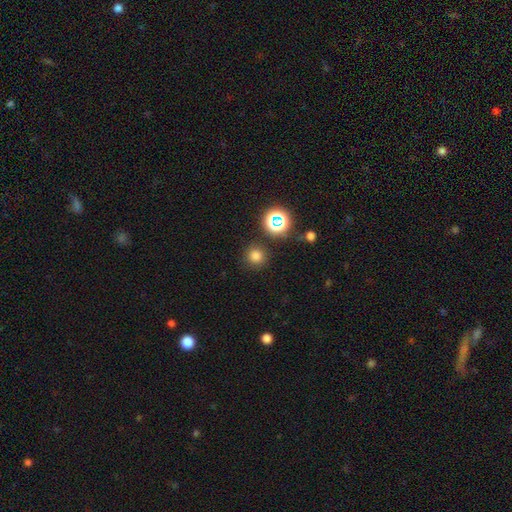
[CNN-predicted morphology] smooth_or_featured: smooth (p=0.75) [alt: star or artifact p=0.20]
how_rounded: round (p=0.93) [alt: in between p=0.06]
merging: none (p=0.88) [alt: minor disturbance p=0.07]